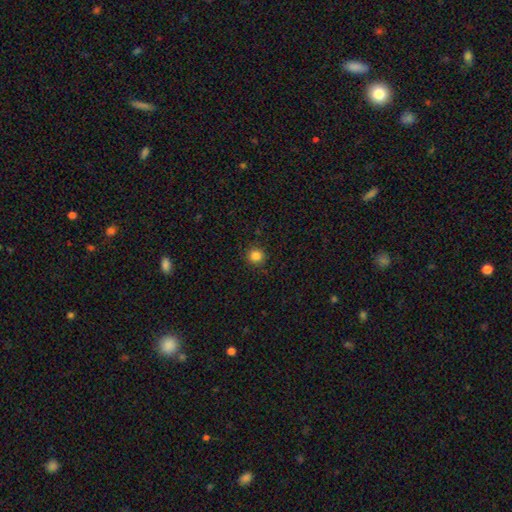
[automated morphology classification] Smooth or featured? smooth (84%)
How rounded? round (93%)
Merging? none (91%)